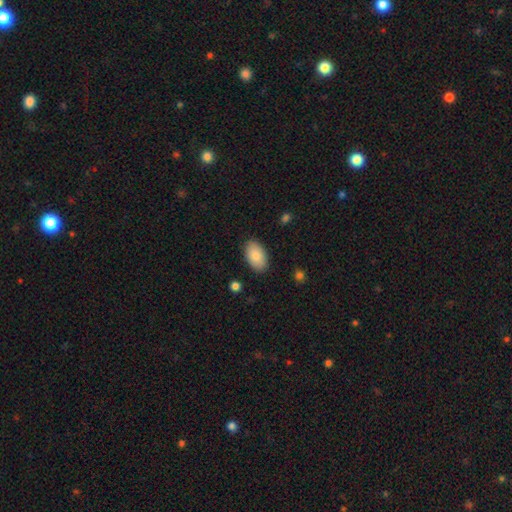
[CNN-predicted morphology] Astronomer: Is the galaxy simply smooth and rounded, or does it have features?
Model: smooth — 84%.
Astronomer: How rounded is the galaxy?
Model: in between — 94%.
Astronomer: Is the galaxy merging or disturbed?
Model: none — 88%.